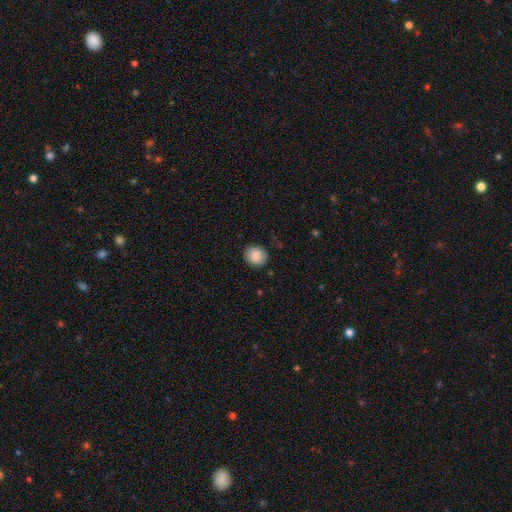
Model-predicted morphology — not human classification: A smooth galaxy with no disk features (87%) that is round (71%).

Vote fractions:
- Smooth or featured? smooth: 87% / star or artifact: 8% / featured or disk: 5%
- How rounded? round: 71% / in between: 28% / cigar-shaped: 1%
- Merging? none: 86% / minor disturbance: 11% / major disturbance: 3% / merger: 1%